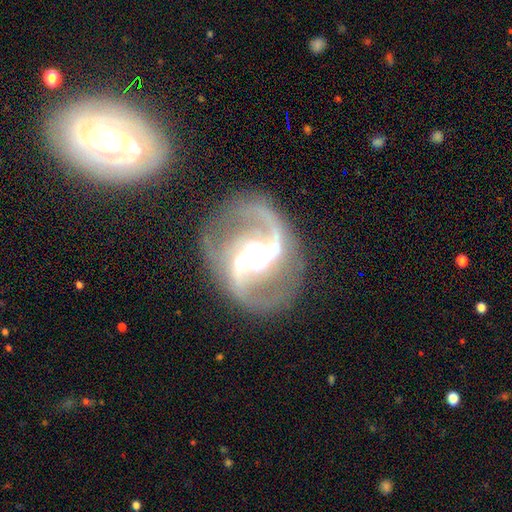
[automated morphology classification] Q: Smooth or featured?
A: featured or disk (92%); runner-up: star or artifact (5%)
Q: Edge-on disk?
A: no (98%); runner-up: yes (2%)
Q: Bar?
A: strong (54%); runner-up: weak (30%)
Q: Spiral arms?
A: yes (97%); runner-up: no (3%)
Q: Spiral winding?
A: medium (57%); runner-up: loose (30%)
Q: Spiral arm count?
A: 2 (92%); runner-up: 3 (2%)
Q: Bulge size?
A: moderate (45%); runner-up: large (35%)
Q: Merging?
A: none (78%); runner-up: minor disturbance (12%)